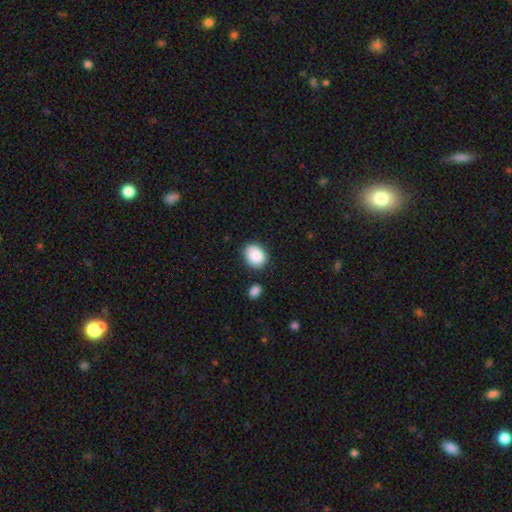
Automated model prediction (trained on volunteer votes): Smooth or featured? smooth (86%)
How rounded? in between (61%)
Merging? none (75%)